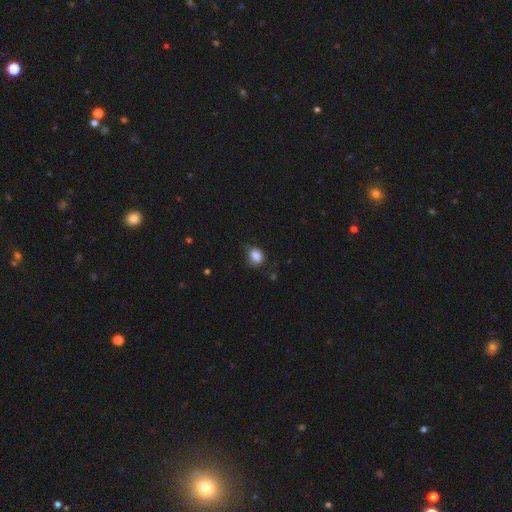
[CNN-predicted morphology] Overall: smooth (85%). How rounded: round (55%; in between 44%). Merging: none (60%; minor disturbance 30%).